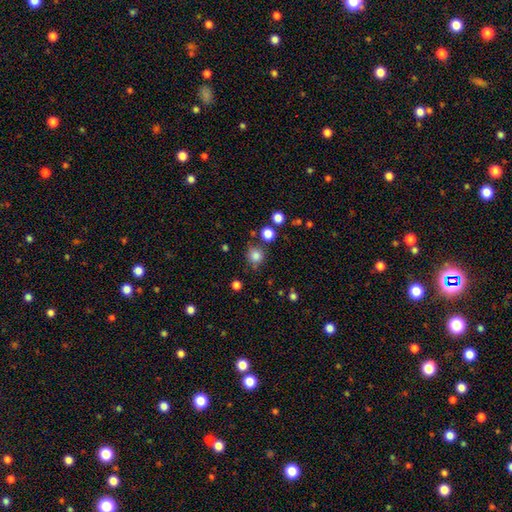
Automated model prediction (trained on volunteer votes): Q: Smooth or featured?
A: smooth (82%); runner-up: star or artifact (12%)
Q: How rounded?
A: round (89%); runner-up: in between (10%)
Q: Merging?
A: none (75%); runner-up: minor disturbance (13%)